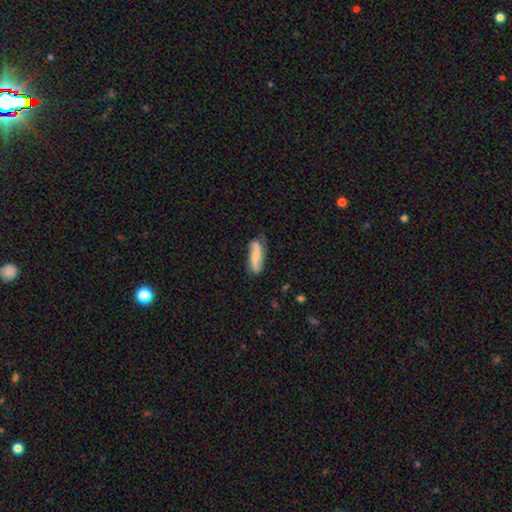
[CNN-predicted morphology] Smooth or featured?
  - featured or disk: 50% *
  - smooth: 43%
  - star or artifact: 7%
Edge-on disk?
  - no: 84% *
  - yes: 16%
Merging?
  - none: 64% *
  - minor disturbance: 25%
  - major disturbance: 8%
  - merger: 3%